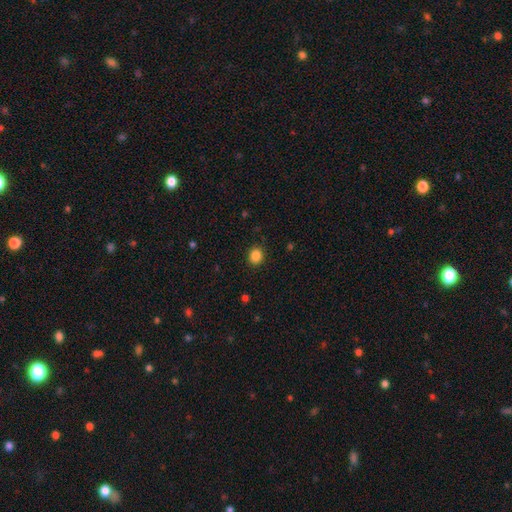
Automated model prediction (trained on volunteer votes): smooth_or_featured: smooth (p=0.86) [alt: star or artifact p=0.11]
how_rounded: round (p=0.70) [alt: in between p=0.29]
merging: none (p=0.90) [alt: minor disturbance p=0.07]